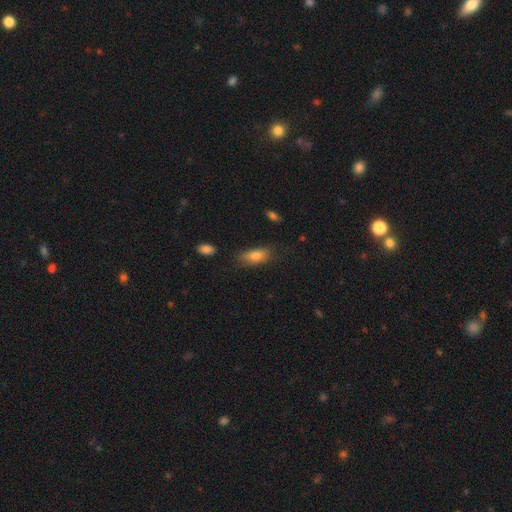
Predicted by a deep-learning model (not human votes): A smooth galaxy with no disk features (82%) that is in between round and cigar-shaped (81%).

Vote fractions:
- Smooth or featured? smooth: 82% / featured or disk: 10% / star or artifact: 8%
- How rounded? in between: 81% / cigar-shaped: 16% / round: 4%
- Merging? none: 72% / minor disturbance: 20% / major disturbance: 6% / merger: 2%